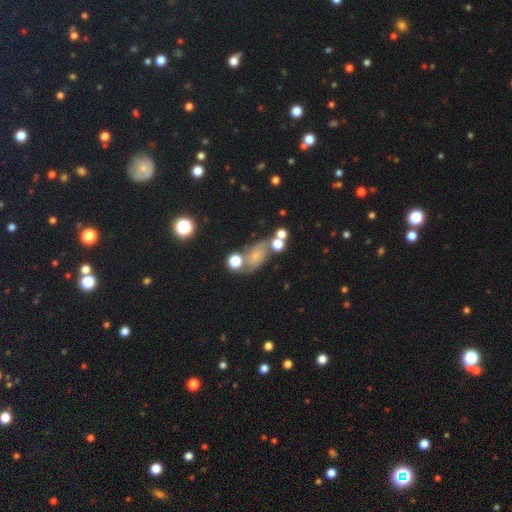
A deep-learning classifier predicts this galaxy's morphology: smooth-or-featured: featured or disk: 42% | smooth: 41% | star or artifact: 17%
  merging: none: 50% | minor disturbance: 21% | merger: 18% | major disturbance: 11%